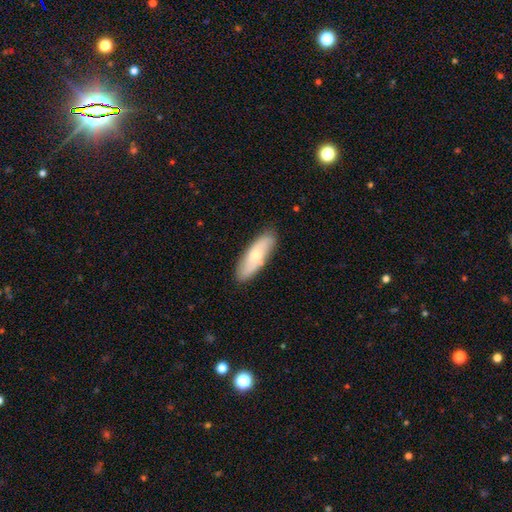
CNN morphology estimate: Smooth or featured: smooth — 57% (featured or disk — 37%)
How rounded: in between — 58% (cigar-shaped — 40%)
Merging: none — 85% (minor disturbance — 11%)